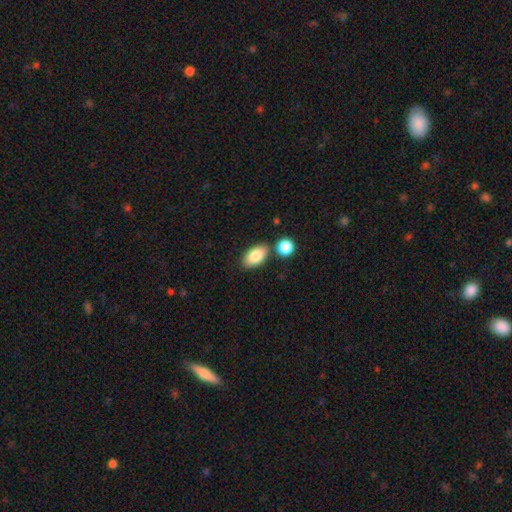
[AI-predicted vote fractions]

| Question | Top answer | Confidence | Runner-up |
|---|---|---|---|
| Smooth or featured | smooth | 84% | featured or disk (9%) |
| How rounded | in between | 93% | round (5%) |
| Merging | none | 76% | merger (11%) |